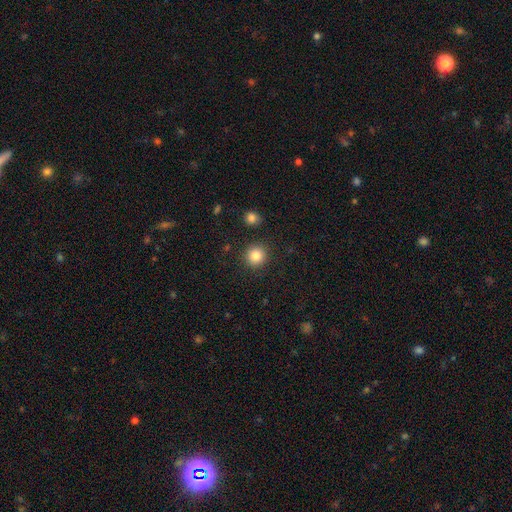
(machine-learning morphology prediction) smooth 85%, star or artifact 10%, featured or disk 5%. Down the decision tree: how rounded — round (93%); merging — none (90%).